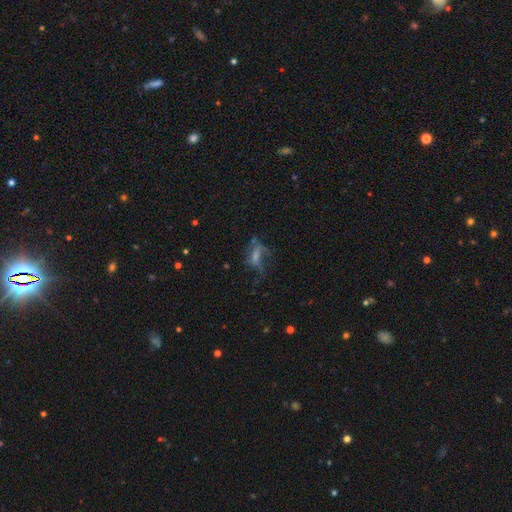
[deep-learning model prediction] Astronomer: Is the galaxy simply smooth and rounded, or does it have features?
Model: featured or disk — 53%.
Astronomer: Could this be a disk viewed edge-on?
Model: no — 89%.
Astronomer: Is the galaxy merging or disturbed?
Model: none — 41% (runner-up: major disturbance, 37%).